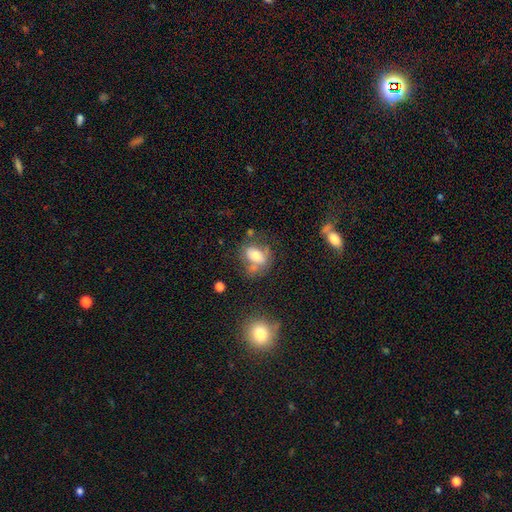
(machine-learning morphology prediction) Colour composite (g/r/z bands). It shows a smooth galaxy with no disk features (60%) that is in between round and cigar-shaped (71%). Merging: none (44%).